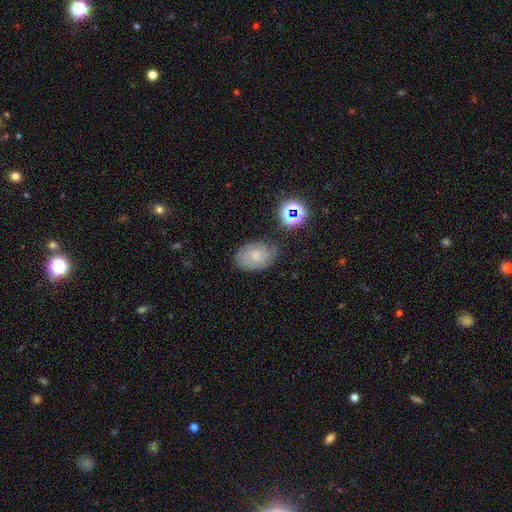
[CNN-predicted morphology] This is possibly a smooth galaxy (46%). Merging: likely none (65%).